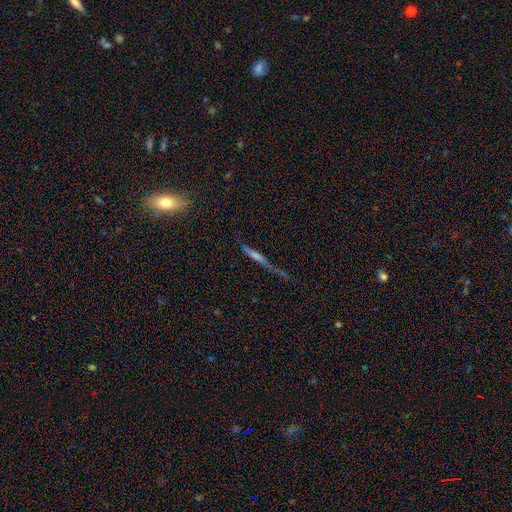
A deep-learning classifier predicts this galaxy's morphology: Smooth or featured: smooth — 45% (featured or disk — 43%)
Merging: none — 52% (minor disturbance — 24%)